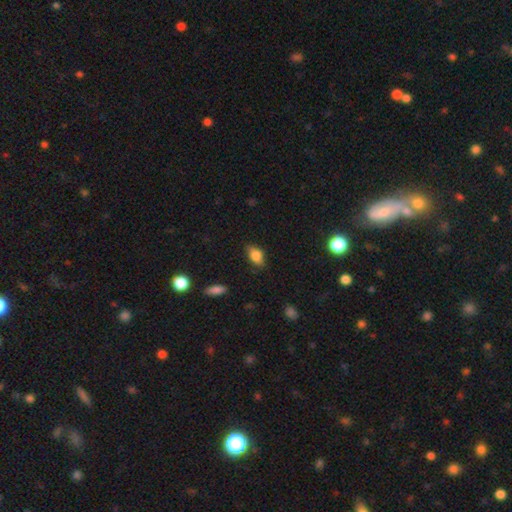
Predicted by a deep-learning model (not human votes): Smooth or featured?
  - smooth: 81% *
  - featured or disk: 10%
  - star or artifact: 9%
How rounded?
  - in between: 87% *
  - round: 8%
  - cigar-shaped: 5%
Merging?
  - none: 80% *
  - minor disturbance: 16%
  - major disturbance: 3%
  - merger: 1%